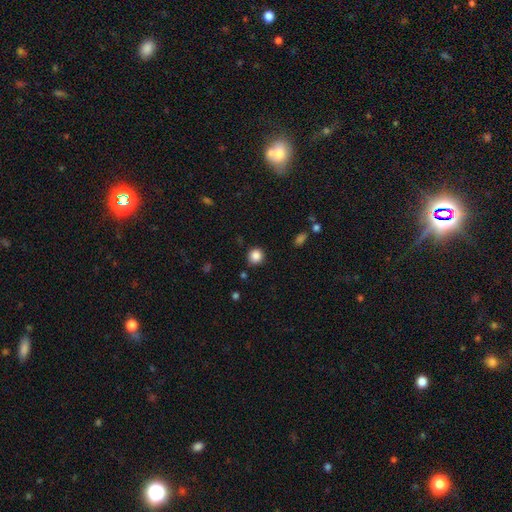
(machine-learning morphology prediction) smooth_or_featured: smooth (p=0.86) [alt: star or artifact p=0.11]
how_rounded: round (p=0.91) [alt: in between p=0.08]
merging: none (p=0.87) [alt: minor disturbance p=0.08]